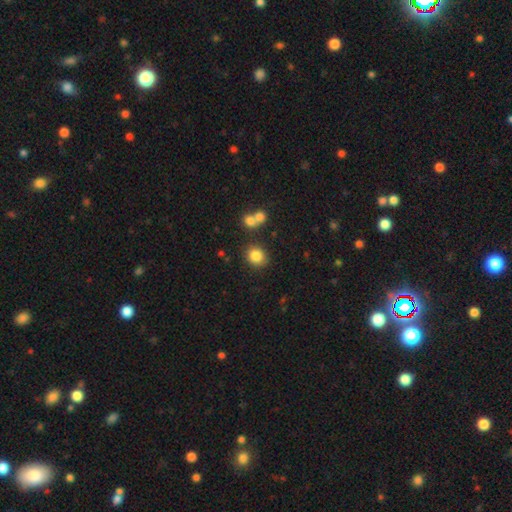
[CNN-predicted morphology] Smooth or featured: smooth — 84% (star or artifact — 10%)
How rounded: round — 71% (in between — 28%)
Merging: none — 79% (minor disturbance — 10%)